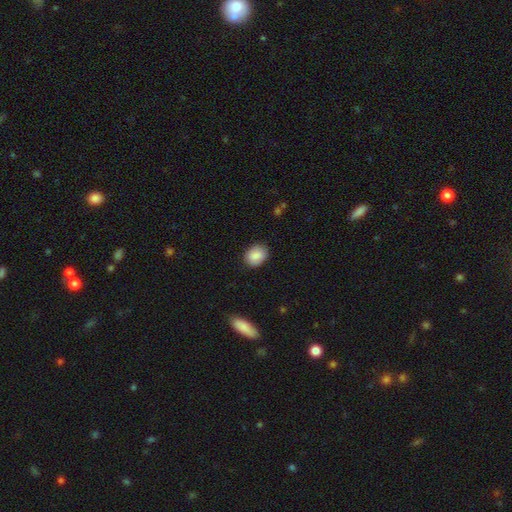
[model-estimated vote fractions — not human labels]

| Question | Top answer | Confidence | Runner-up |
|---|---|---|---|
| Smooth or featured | smooth | 87% | star or artifact (7%) |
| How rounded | in between | 61% | round (38%) |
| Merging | none | 86% | minor disturbance (11%) |